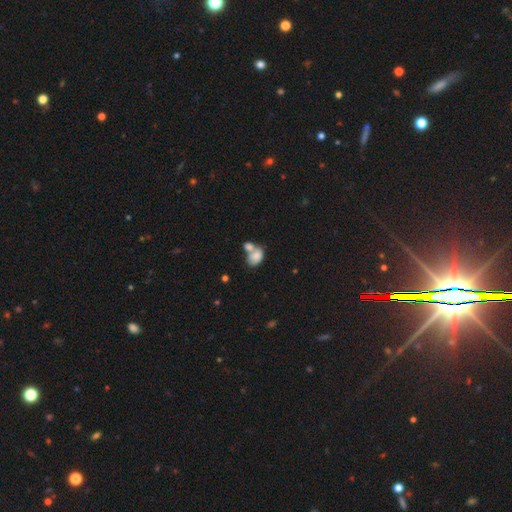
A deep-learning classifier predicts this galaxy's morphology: smooth 76%, featured or disk 16%, star or artifact 8%. Down the decision tree: how rounded — in between (81%); merging — merger (63%).